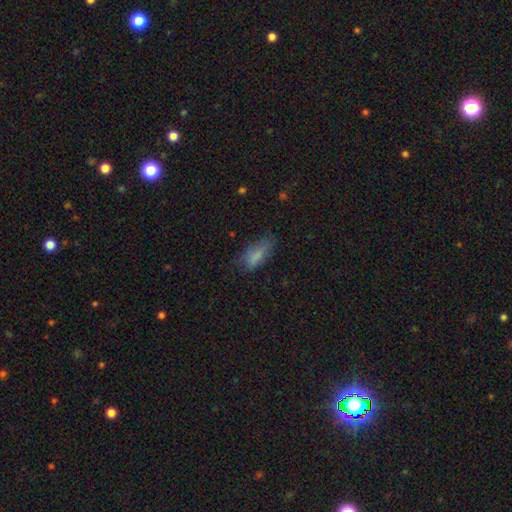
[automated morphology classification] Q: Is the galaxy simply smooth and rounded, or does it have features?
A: smooth — 80%.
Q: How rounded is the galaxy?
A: in between — 77%.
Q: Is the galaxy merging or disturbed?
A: none — 63%.